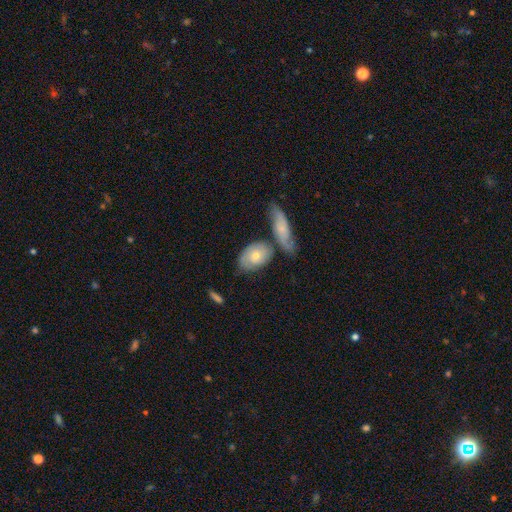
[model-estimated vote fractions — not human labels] Q: Smooth or featured?
A: smooth (57%); runner-up: featured or disk (37%)
Q: How rounded?
A: in between (81%); runner-up: round (15%)
Q: Merging?
A: none (47%); runner-up: merger (26%)